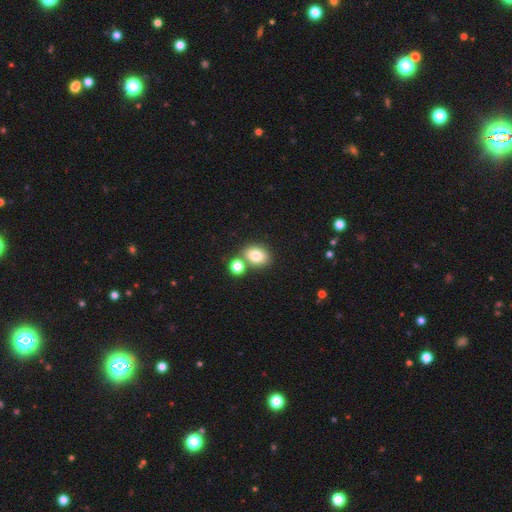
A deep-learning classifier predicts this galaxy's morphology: smooth 81%, star or artifact 11%, featured or disk 9%. Down the decision tree: how rounded — in between (61%); merging — none (65%).